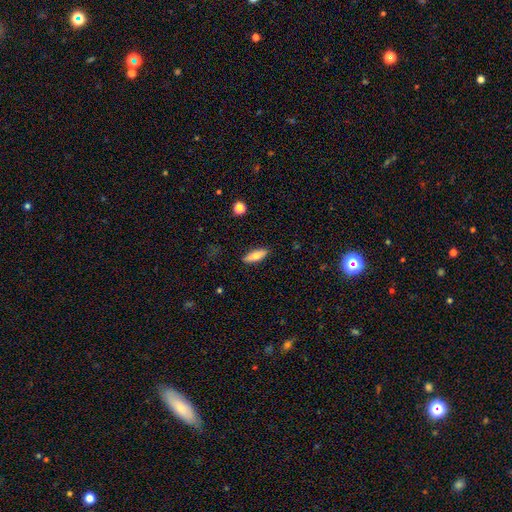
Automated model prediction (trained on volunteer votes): Overall: smooth (76%). How rounded: in between (54%; cigar-shaped 44%). Merging: none (88%).